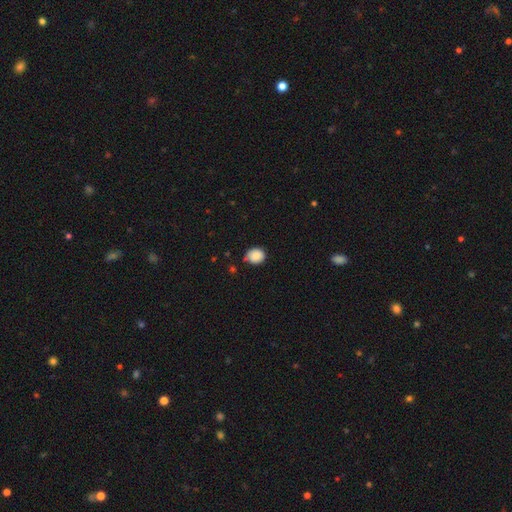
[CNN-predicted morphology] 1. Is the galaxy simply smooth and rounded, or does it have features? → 85% smooth, 8% star or artifact, 6% featured or disk.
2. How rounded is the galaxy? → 62% round, 37% in between, 1% cigar-shaped.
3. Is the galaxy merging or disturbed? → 67% none, 26% minor disturbance, 4% major disturbance, 3% merger.